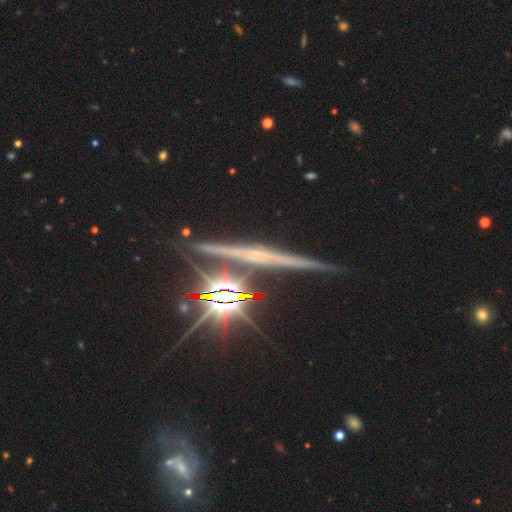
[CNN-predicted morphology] type=featured or disk (65%); edge-on=yes (97%); edge-on bulge=none (46%); merging=none (84%).